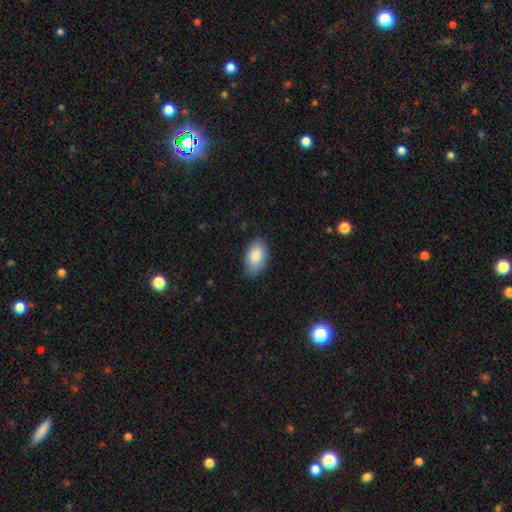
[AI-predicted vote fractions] Smooth or featured: smooth — 87% (featured or disk — 7%)
How rounded: in between — 94% (round — 5%)
Merging: none — 80% (minor disturbance — 16%)